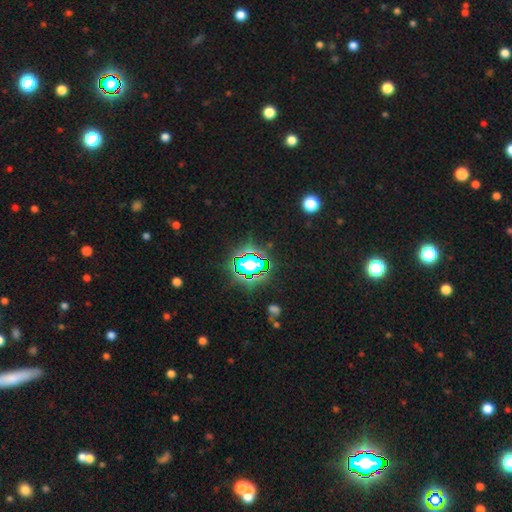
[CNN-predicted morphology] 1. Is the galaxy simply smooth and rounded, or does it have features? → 80% star or artifact, 12% smooth, 7% featured or disk.